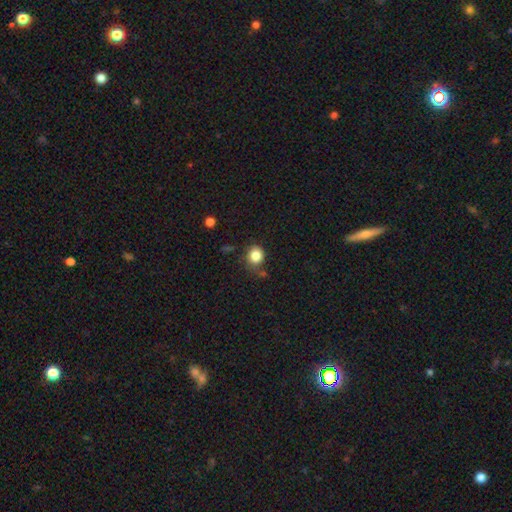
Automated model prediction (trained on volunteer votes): This appears to be a smooth galaxy with no disk features (84%) that is round (80%). Merging: none (68%).